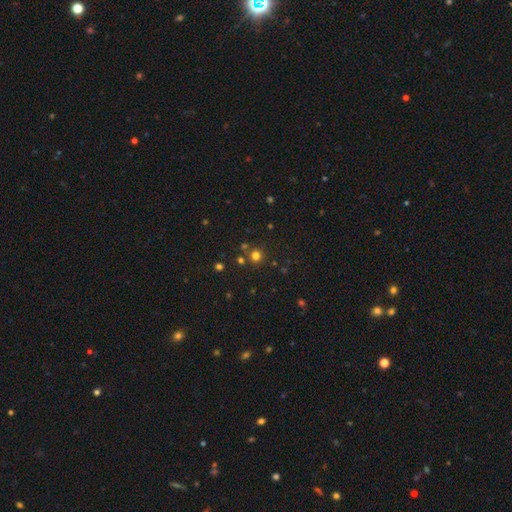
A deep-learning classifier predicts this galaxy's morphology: This is likely a smooth galaxy (72%). How rounded: clearly round (92%). Merging: likely none (80%).